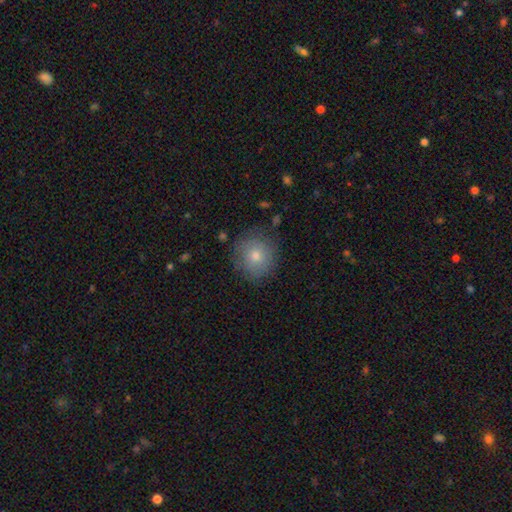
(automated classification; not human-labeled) Smooth or featured: smooth — 74% (featured or disk — 15%)
How rounded: round — 92% (in between — 7%)
Merging: none — 84% (minor disturbance — 12%)